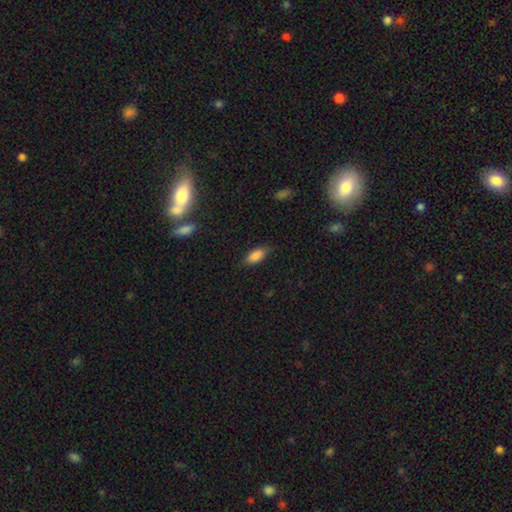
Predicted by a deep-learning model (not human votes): smooth-or-featured: smooth: 86% | star or artifact: 8% | featured or disk: 6%
  how-rounded: in between: 86% | cigar-shaped: 11% | round: 3%
  merging: none: 81% | minor disturbance: 14% | major disturbance: 3% | merger: 1%